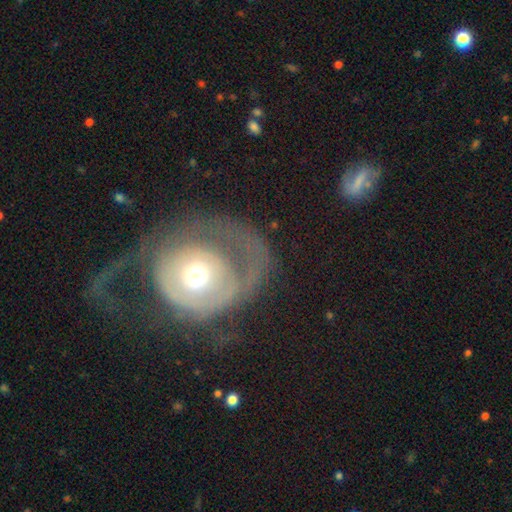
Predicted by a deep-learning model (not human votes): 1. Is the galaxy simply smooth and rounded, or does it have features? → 62% featured or disk, 29% smooth, 8% star or artifact.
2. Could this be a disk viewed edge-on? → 96% no, 4% yes.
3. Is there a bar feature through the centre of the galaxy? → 85% no, 11% weak, 4% strong.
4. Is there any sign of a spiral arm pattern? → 50% yes (tied), 50% no (tied).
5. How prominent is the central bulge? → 68% moderate, 16% large, 12% small, 2% dominant, 1% none.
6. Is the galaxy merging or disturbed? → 50% major disturbance, 29% none, 17% minor disturbance, 4% merger.